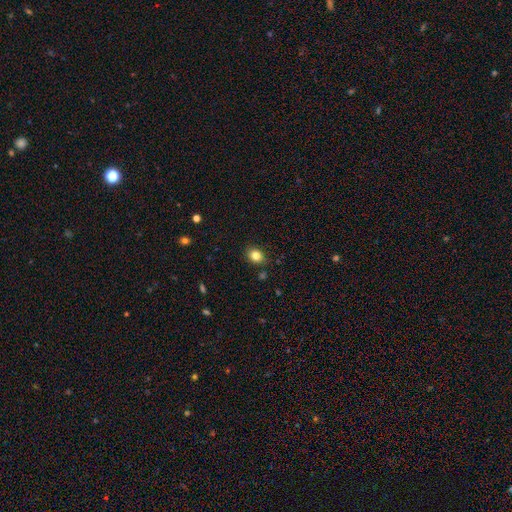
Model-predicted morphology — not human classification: smooth-or-featured: smooth: 83% | star or artifact: 11% | featured or disk: 7%
  how-rounded: in between: 53% | round: 46% | cigar-shaped: 1%
  merging: none: 86% | minor disturbance: 10% | major disturbance: 2% | merger: 2%